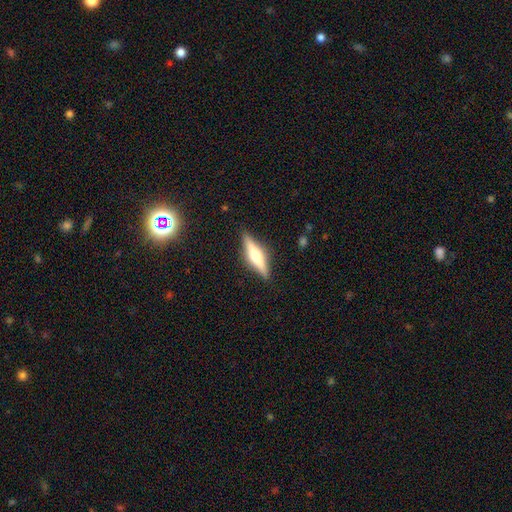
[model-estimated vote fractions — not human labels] smooth-or-featured: featured or disk: 61% | smooth: 33% | star or artifact: 6%
  disk-edge-on: yes: 96% | no: 4%
    edge-on-bulge: rounded: 86% | boxy: 9% | none: 4%
  merging: none: 89% | minor disturbance: 8% | major disturbance: 2% | merger: 1%